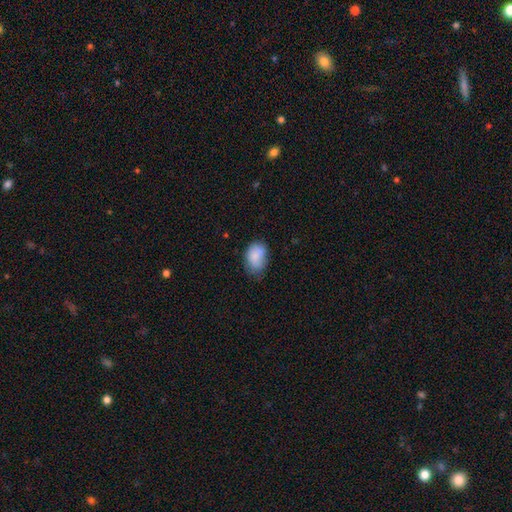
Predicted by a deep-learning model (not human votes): This is clearly a smooth galaxy (83%). How rounded: clearly in between (82%). Merging: possibly none (52%).